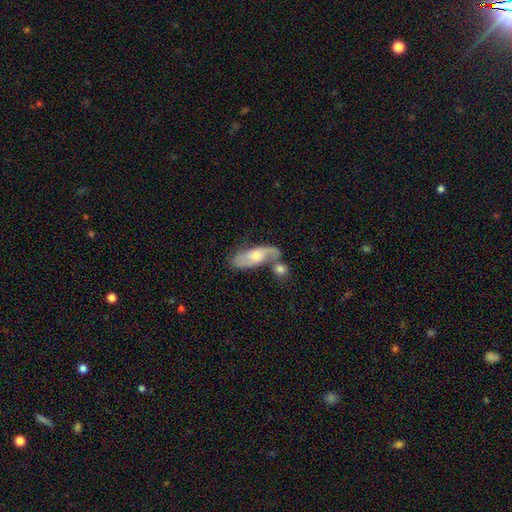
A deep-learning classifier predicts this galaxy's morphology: Smooth or featured?
  - featured or disk: 56% *
  - smooth: 37%
  - star or artifact: 6%
Edge-on disk?
  - no: 85% *
  - yes: 15%
Merging?
  - merger: 41% *
  - none: 33%
  - minor disturbance: 16%
  - major disturbance: 10%